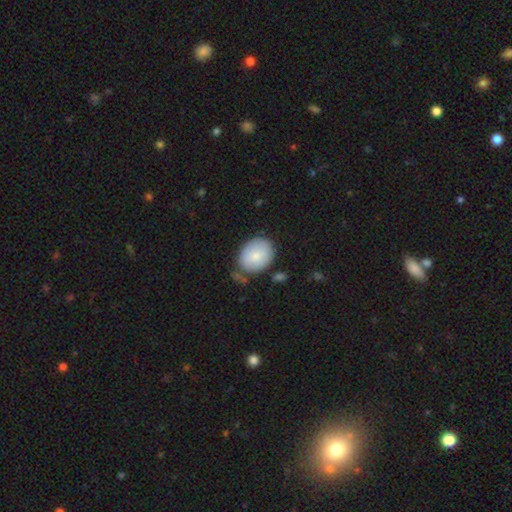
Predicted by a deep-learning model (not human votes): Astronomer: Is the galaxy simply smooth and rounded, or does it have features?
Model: smooth — 81%.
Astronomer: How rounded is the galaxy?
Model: in between — 54% (runner-up: round, 45%).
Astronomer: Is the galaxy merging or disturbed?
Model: none — 67%.